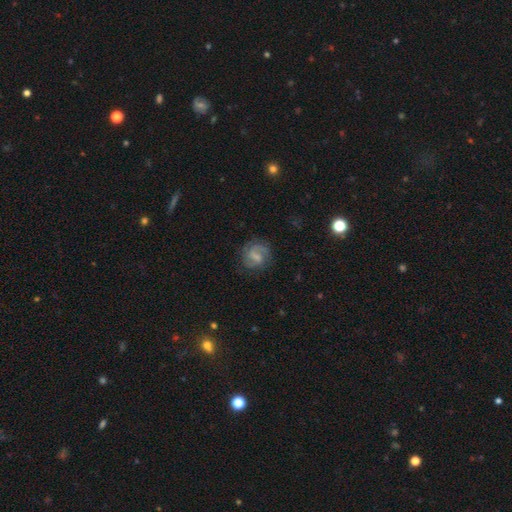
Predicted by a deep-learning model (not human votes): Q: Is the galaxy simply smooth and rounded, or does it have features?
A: featured or disk — 60%.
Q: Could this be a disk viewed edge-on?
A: no — 98%.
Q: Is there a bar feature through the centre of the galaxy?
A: weak — 54%.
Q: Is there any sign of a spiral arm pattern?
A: yes — 88%.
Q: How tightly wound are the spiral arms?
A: medium — 46%.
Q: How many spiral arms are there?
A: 2 — 68%.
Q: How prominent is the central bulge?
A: none — 39%.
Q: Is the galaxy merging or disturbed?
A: none — 69%.